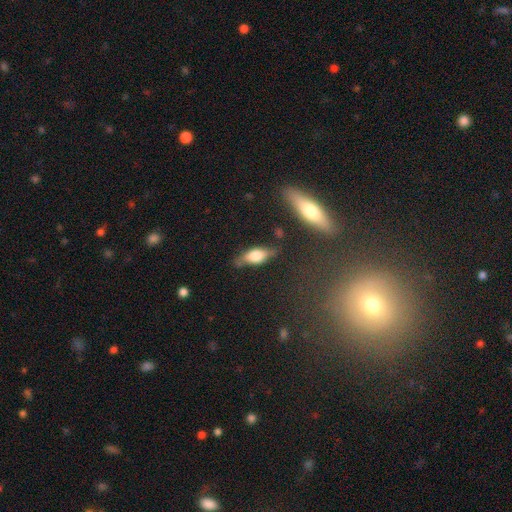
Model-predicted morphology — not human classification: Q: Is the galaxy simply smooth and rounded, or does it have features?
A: smooth — 55%.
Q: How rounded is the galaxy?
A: in between — 66%.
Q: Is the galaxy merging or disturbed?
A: none — 68%.